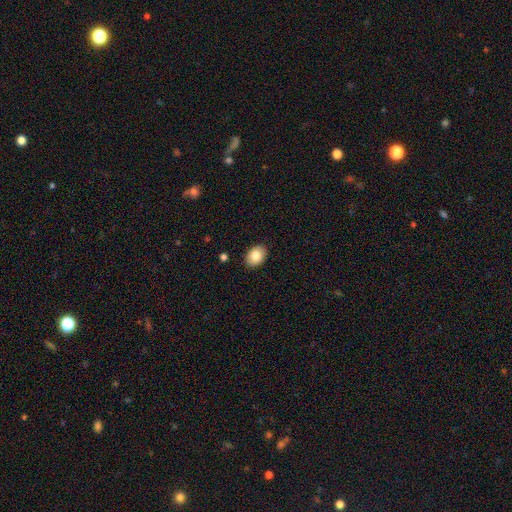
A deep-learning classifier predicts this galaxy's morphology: Overall: smooth (83%). How rounded: in between (78%). Merging: none (89%).